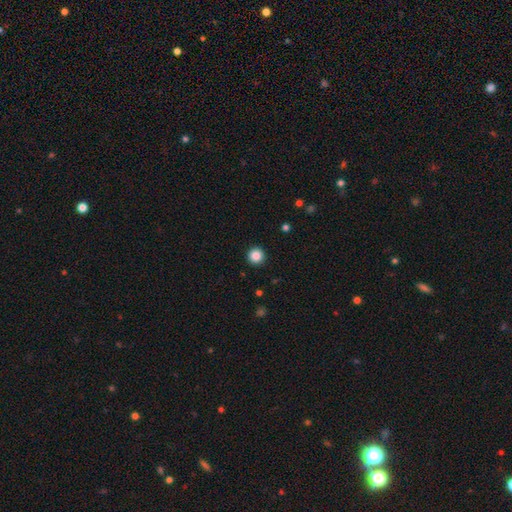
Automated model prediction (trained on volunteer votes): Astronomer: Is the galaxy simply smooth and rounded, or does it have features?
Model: smooth — 86%.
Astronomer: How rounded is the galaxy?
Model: round — 96%.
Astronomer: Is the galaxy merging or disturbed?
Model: none — 93%.